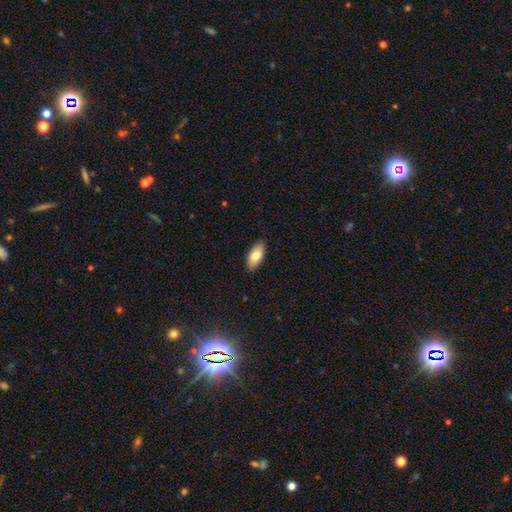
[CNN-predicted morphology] Smooth or featured: smooth — 79% (featured or disk — 15%)
How rounded: in between — 89% (cigar-shaped — 9%)
Merging: none — 88% (minor disturbance — 9%)